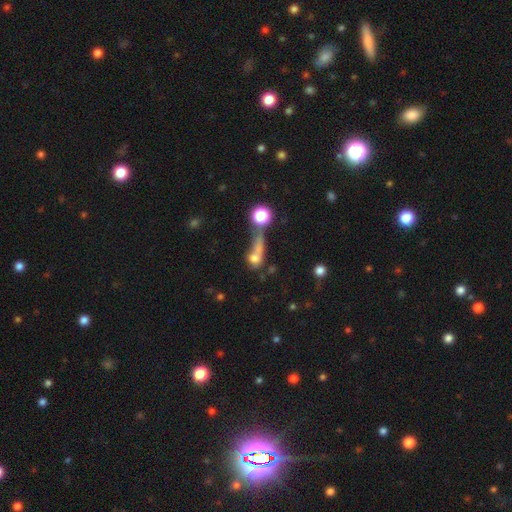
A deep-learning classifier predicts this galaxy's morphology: Overall: smooth (62%). How rounded: round (40%; in between 35%). Merging: merger (43%; none 26%).